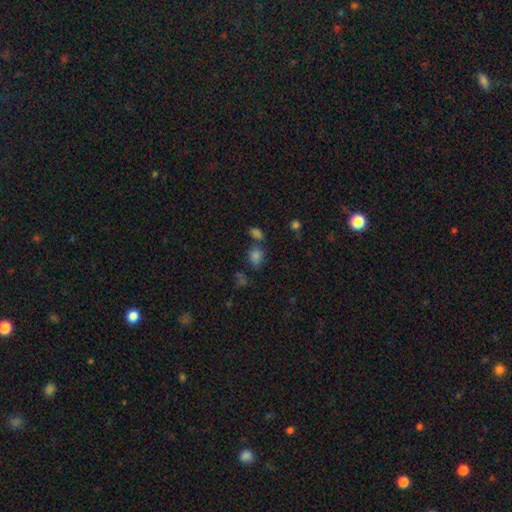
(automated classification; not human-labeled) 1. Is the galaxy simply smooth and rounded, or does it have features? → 76% smooth, 18% star or artifact, 6% featured or disk.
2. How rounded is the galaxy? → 57% in between, 42% round, 2% cigar-shaped.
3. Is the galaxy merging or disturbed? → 61% none, 21% merger, 13% minor disturbance, 5% major disturbance.